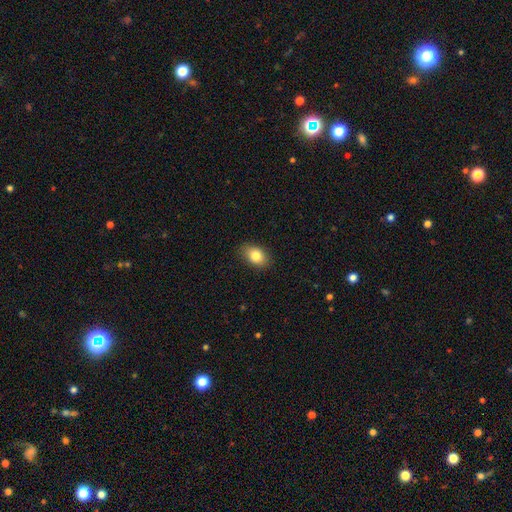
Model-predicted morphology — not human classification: Smooth or featured?
  - smooth: 83% *
  - featured or disk: 8%
  - star or artifact: 8%
How rounded?
  - in between: 81% *
  - round: 17%
  - cigar-shaped: 1%
Merging?
  - none: 86% *
  - minor disturbance: 11%
  - major disturbance: 2%
  - merger: 1%